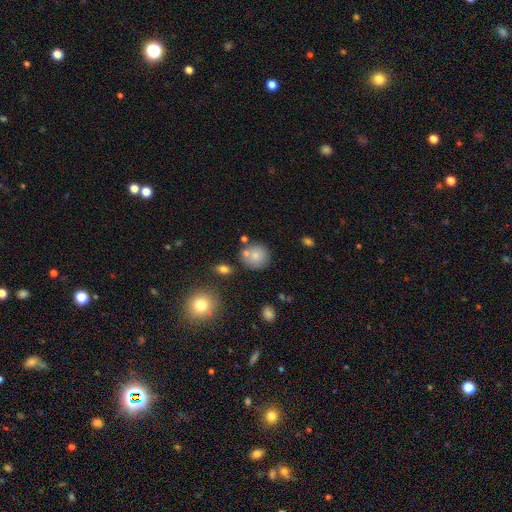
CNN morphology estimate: A smooth galaxy with no disk features (78%) that is round (89%). Merging: none (70%).